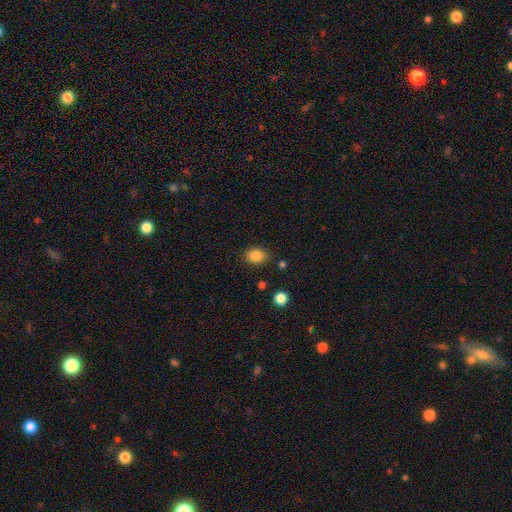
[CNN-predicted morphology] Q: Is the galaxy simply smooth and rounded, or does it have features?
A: smooth — 85%.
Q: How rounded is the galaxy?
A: in between — 56%.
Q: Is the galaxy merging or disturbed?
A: none — 81%.